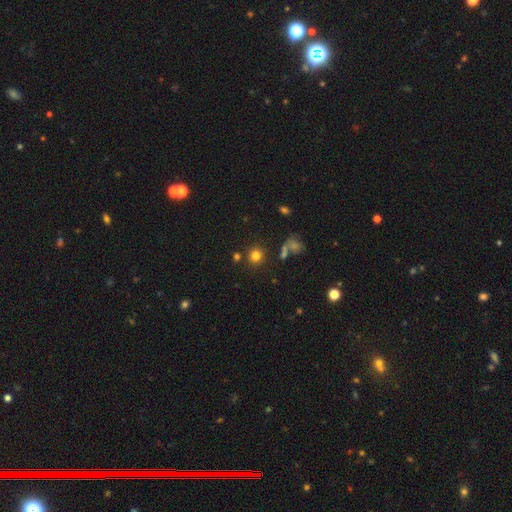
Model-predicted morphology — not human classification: This is likely a smooth galaxy (78%). How rounded: clearly round (89%). Merging: clearly none (81%).